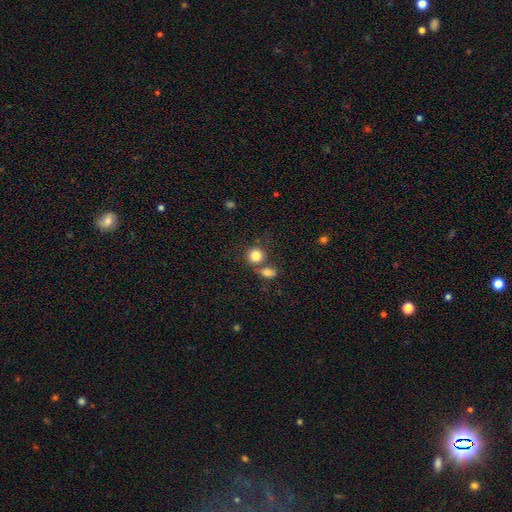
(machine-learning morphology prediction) Smooth or featured? smooth (83%)
How rounded? round (81%)
Merging? none (55%)